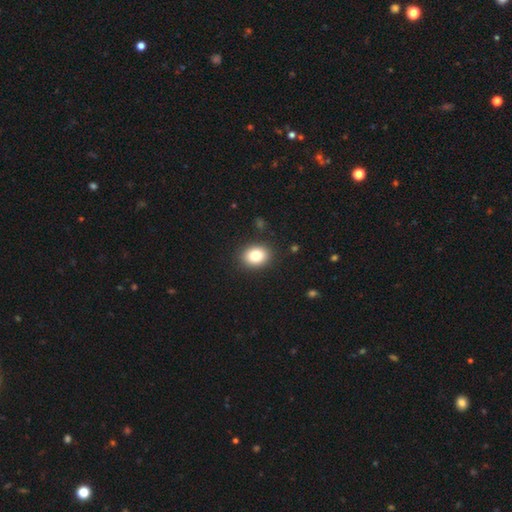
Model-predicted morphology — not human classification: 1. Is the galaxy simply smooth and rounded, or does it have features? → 83% smooth, 9% star or artifact, 8% featured or disk.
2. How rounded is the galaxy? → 54% in between, 45% round, 1% cigar-shaped.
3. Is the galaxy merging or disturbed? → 89% none, 7% minor disturbance, 2% major disturbance, 1% merger.